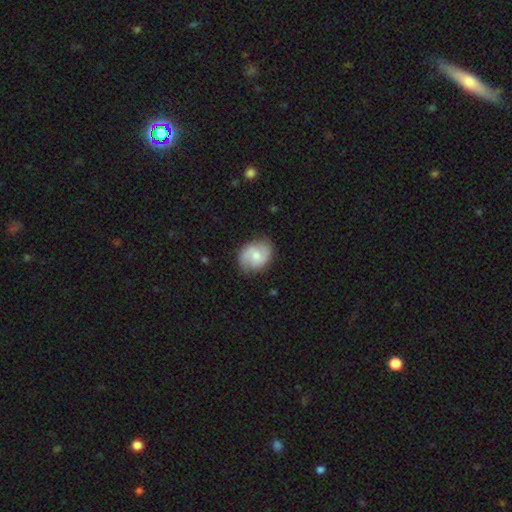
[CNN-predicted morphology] The model was most divided on "bar": no: 51%, weak: 43%, strong: 6%. Remaining: edge-on disk — no (98%); spiral arms — yes (93%); spiral arm count — 2 (85%); merging — none (79%); smooth or featured — featured or disk (66%); bulge size — moderate (51%); spiral winding — medium (49%).